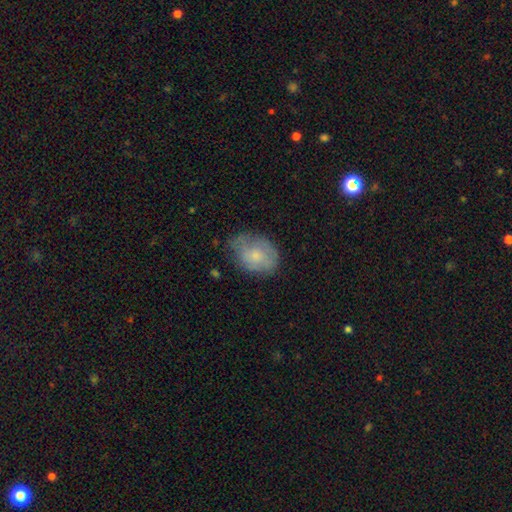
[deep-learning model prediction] A smooth galaxy with no disk features (60%) that is in between round and cigar-shaped (68%). Merging: none (56%).